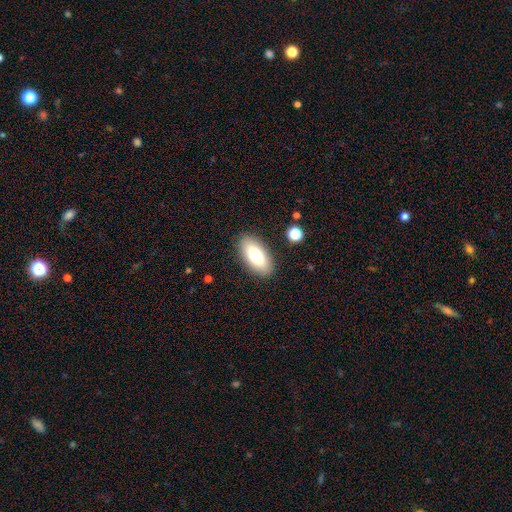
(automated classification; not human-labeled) This appears to be a smooth galaxy with no disk features (75%) that is in between round and cigar-shaped (90%). Merging: none (87%).